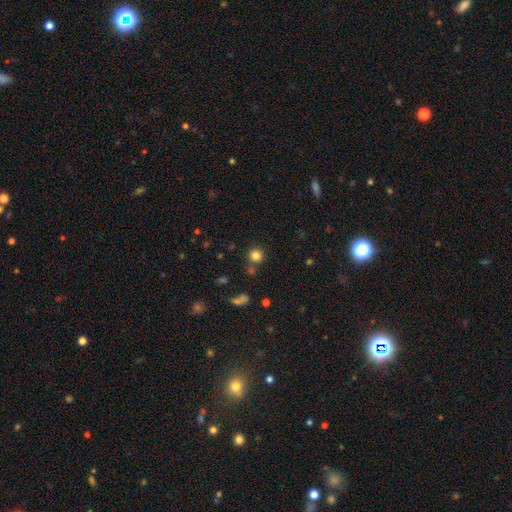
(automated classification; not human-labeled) smooth 82%, star or artifact 13%, featured or disk 5%. Down the decision tree: how rounded — round (92%); merging — none (79%).